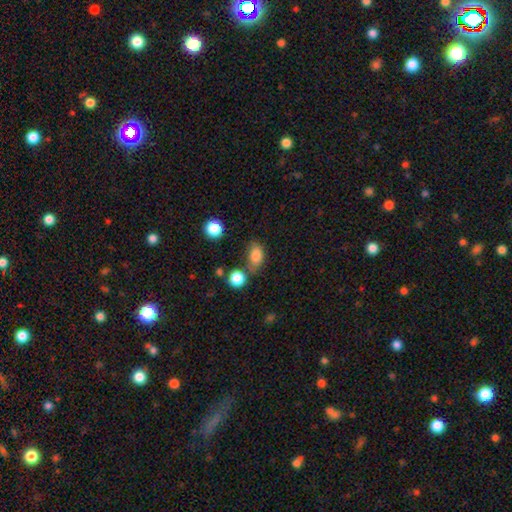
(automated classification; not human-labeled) This appears to be a smooth galaxy with no disk features (82%) that is in between round and cigar-shaped (81%). Merging: none (61%).